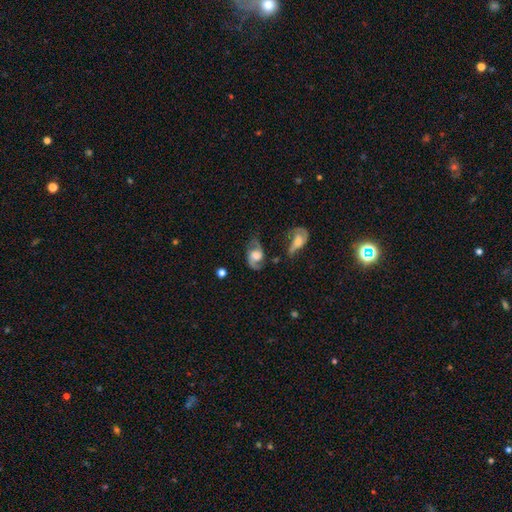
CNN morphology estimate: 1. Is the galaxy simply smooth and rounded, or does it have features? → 79% featured or disk, 15% smooth, 6% star or artifact.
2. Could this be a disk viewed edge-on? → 96% no, 4% yes.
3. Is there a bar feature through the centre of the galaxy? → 57% no, 35% weak, 7% strong.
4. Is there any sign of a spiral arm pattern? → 93% yes, 7% no.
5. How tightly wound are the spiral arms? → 46% medium, 41% loose, 14% tight.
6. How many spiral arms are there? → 91% 2, 4% can't tell, 3% 1, 1% 3, 1% 4, 1% more than 4.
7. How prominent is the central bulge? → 39% large (tied), 39% moderate (tied), 10% small, 8% none, 4% dominant.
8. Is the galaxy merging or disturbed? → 61% none, 20% minor disturbance, 11% major disturbance, 8% merger.